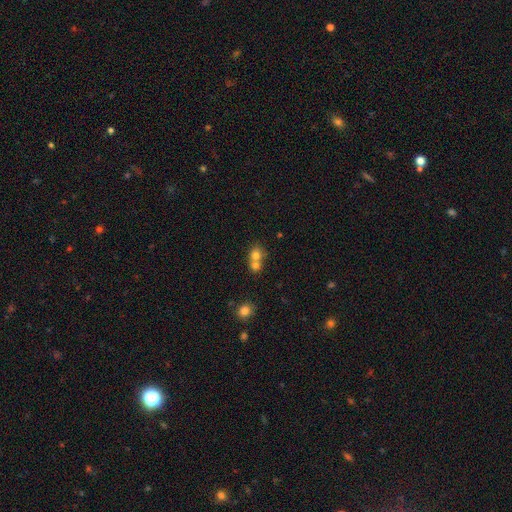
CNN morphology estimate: smooth 74%, featured or disk 14%, star or artifact 12%. Down the decision tree: how rounded — round (74%); merging — merger (62%).